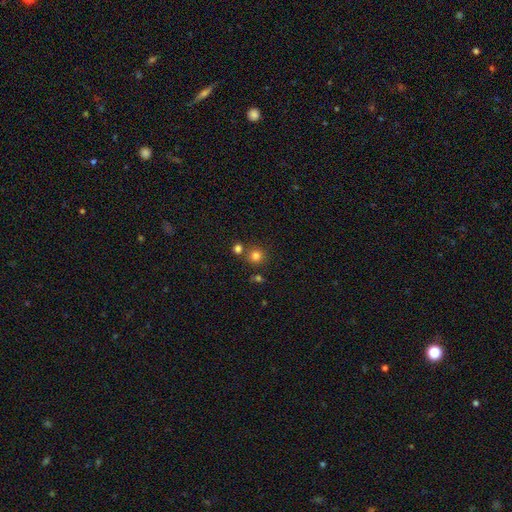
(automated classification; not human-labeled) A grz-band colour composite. It shows a smooth galaxy with no disk features (79%) that is round (92%). Merging: none (74%).